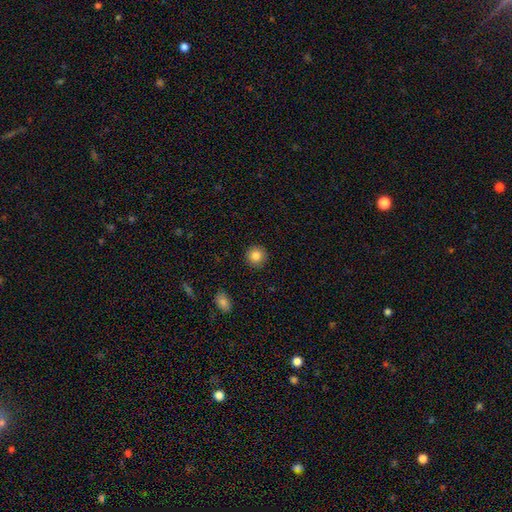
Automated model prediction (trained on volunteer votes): This appears to be a smooth galaxy with no disk features (85%) that is round (93%). Merging: none (91%).